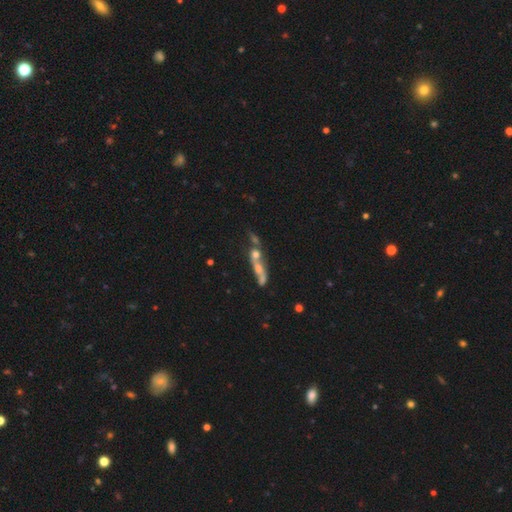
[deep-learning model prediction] Morphology: type=featured or disk (48%); merging=merger (50%).